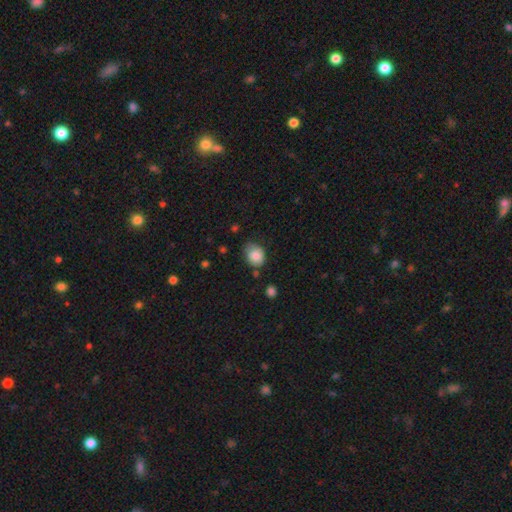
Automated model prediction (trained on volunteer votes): Morphology: type=smooth (82%); roundness=round (52%); merging=none (60%).